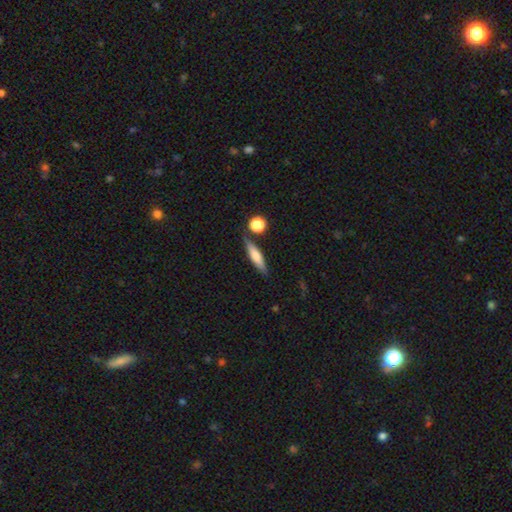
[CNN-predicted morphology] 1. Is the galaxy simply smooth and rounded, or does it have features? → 60% smooth, 33% featured or disk, 7% star or artifact.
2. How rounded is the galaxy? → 74% cigar-shaped, 23% in between, 3% round.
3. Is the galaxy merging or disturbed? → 78% none, 12% minor disturbance, 7% merger, 3% major disturbance.